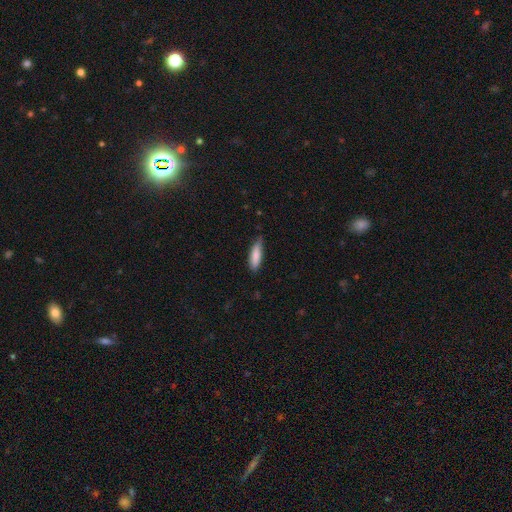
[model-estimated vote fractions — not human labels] A smooth galaxy with no disk features (83%) that is cigar-shaped (60%). Merging: none (68%).